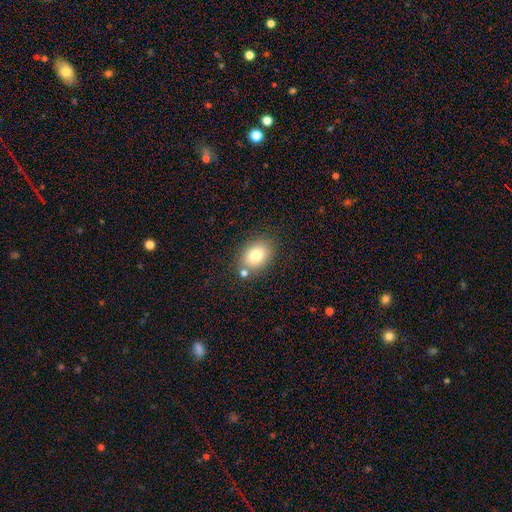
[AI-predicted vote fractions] A smooth galaxy with no disk features (79%) that is in between round and cigar-shaped (71%).

Vote fractions:
- Smooth or featured? smooth: 79% / featured or disk: 11% / star or artifact: 10%
- How rounded? in between: 71% / round: 28% / cigar-shaped: 1%
- Merging? none: 75% / minor disturbance: 12% / merger: 10% / major disturbance: 3%